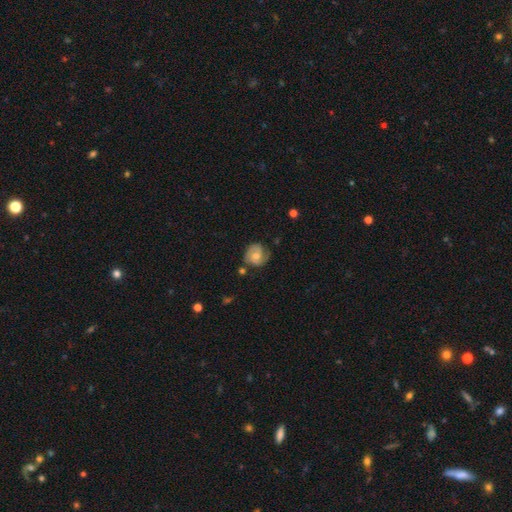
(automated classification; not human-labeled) This appears to be a featured or disk galaxy (64%) with no bar (65%), 2 (65%) tight (50%) spiral arms (90%) and a moderate central bulge (57%). Merging: none (64%).